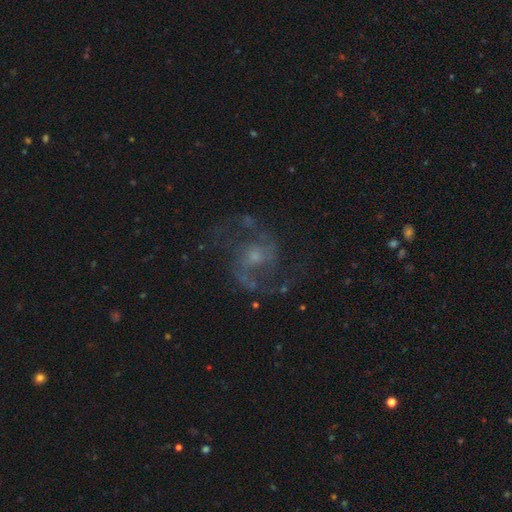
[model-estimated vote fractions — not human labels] The model was most divided on "bar": no: 56%, weak: 36%, strong: 7%. More confident: edge-on disk — no (98%); spiral arms — yes (94%); spiral arm count — 2 (89%); smooth or featured — featured or disk (85%); merging — none (68%); spiral winding — medium (56%); bulge size — small (54%).